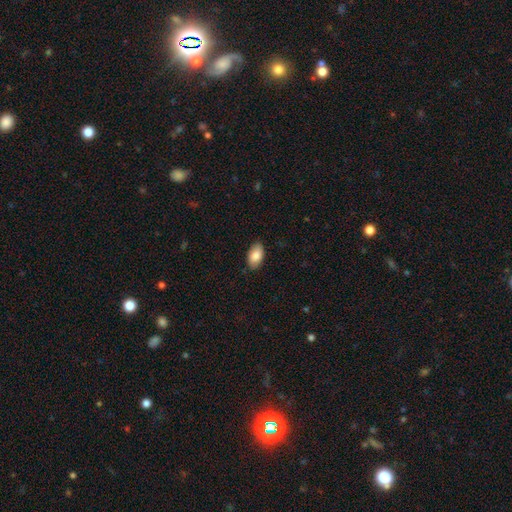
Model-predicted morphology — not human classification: Smooth or featured? smooth (86%)
How rounded? in between (94%)
Merging? none (86%)